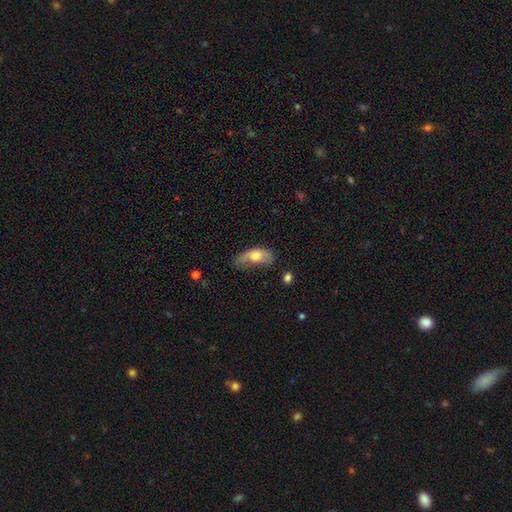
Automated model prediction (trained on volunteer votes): smooth 65%, featured or disk 28%, star or artifact 7%. Down the decision tree: how rounded — in between (85%); merging — minor disturbance (36%).